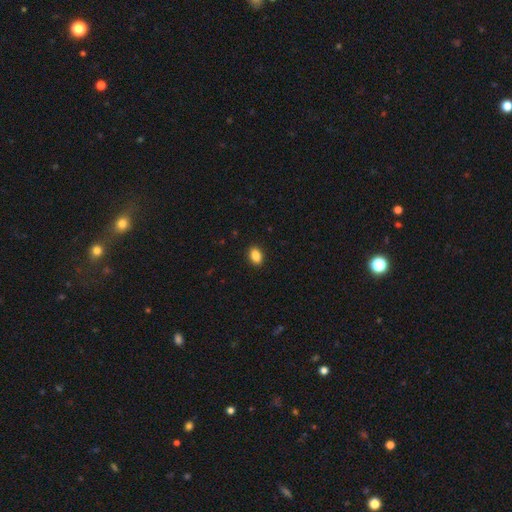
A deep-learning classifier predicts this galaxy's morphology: smooth 88%, star or artifact 9%, featured or disk 4%. Down the decision tree: how rounded — in between (84%); merging — none (90%).